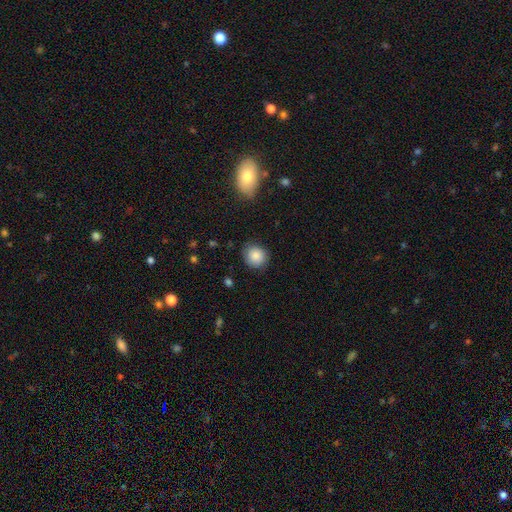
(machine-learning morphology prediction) Smooth or featured? Predicted: smooth (p=0.86). How rounded? Predicted: round (p=0.83). Merging? Predicted: none (p=0.82).